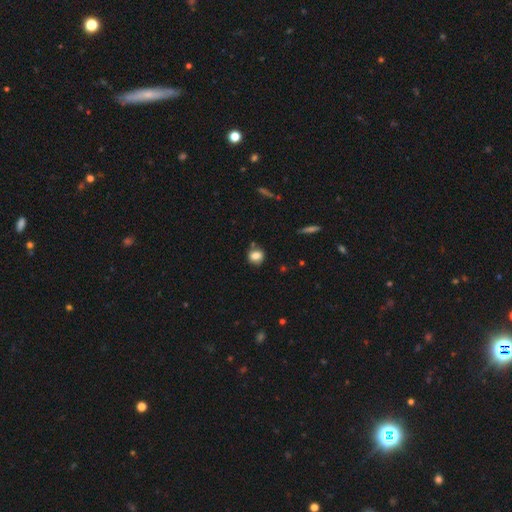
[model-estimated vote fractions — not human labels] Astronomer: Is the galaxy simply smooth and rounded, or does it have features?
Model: smooth — 78%.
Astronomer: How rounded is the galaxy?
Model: round — 63%.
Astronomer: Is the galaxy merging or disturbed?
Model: none — 72%.